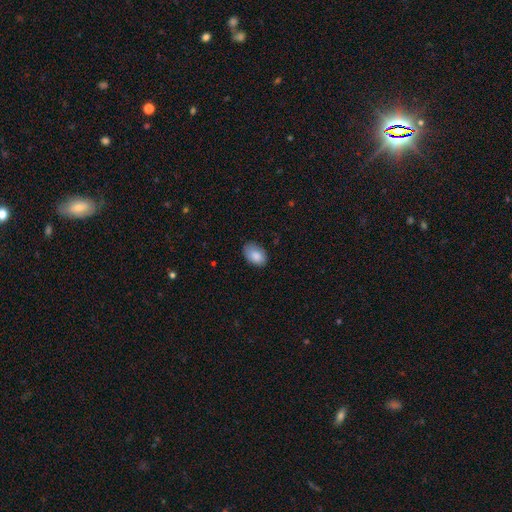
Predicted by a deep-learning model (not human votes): Overall: smooth (86%). How rounded: in between (86%). Merging: none (77%).